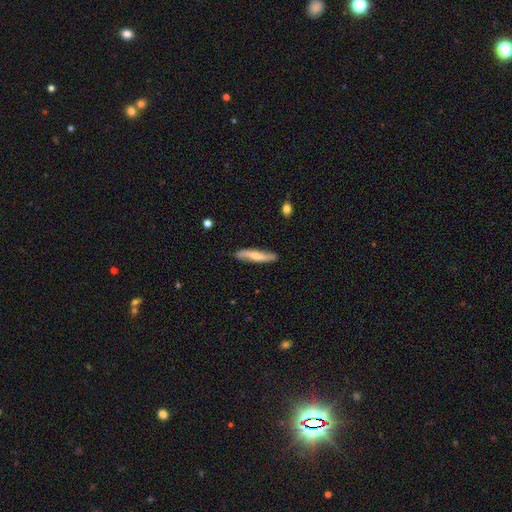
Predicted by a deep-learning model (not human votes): The model was most divided on "smooth or featured": smooth: 48%, featured or disk: 46%, star or artifact: 5%. More confident: merging — none (83%).